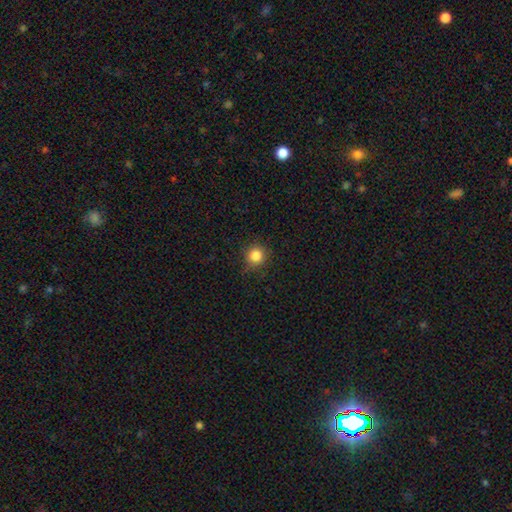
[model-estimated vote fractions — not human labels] This is clearly a smooth galaxy (84%). How rounded: clearly round (94%). Merging: clearly none (87%).